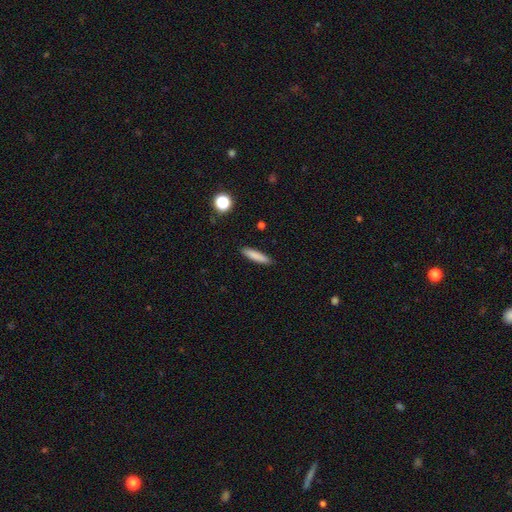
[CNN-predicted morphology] A smooth galaxy with no disk features (85%) that is cigar-shaped (84%).

Vote fractions:
- Smooth or featured? smooth: 85% / featured or disk: 8% / star or artifact: 7%
- How rounded? cigar-shaped: 84% / in between: 15% / round: 2%
- Merging? none: 89% / minor disturbance: 8% / major disturbance: 2% / merger: 1%